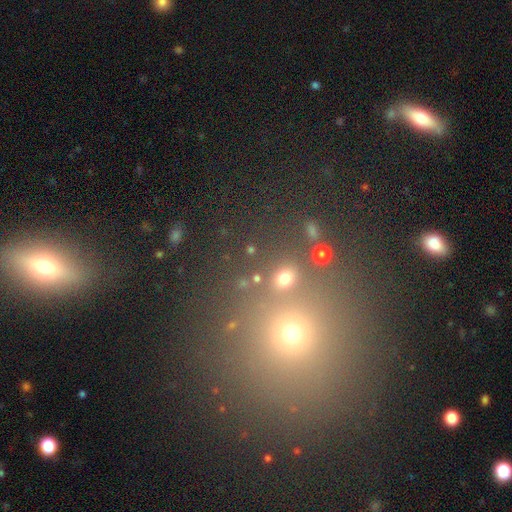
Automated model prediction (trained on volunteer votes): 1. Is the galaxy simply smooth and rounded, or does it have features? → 56% smooth, 33% star or artifact, 11% featured or disk.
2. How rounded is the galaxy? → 87% round, 11% in between, 2% cigar-shaped.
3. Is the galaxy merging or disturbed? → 78% none, 10% merger, 8% minor disturbance, 4% major disturbance.